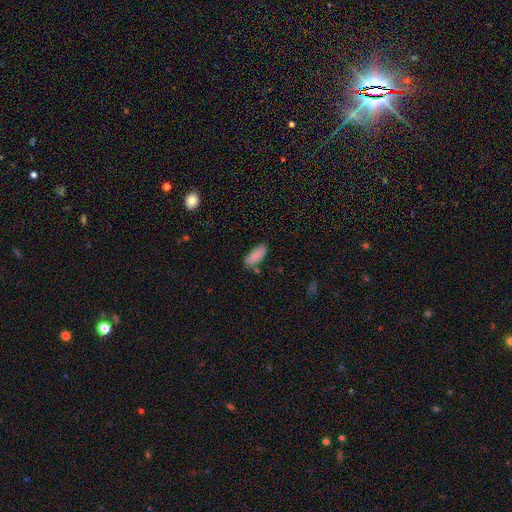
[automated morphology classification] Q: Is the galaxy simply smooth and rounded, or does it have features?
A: smooth — 86%.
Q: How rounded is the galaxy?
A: in between — 83%.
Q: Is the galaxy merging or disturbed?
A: none — 75%.